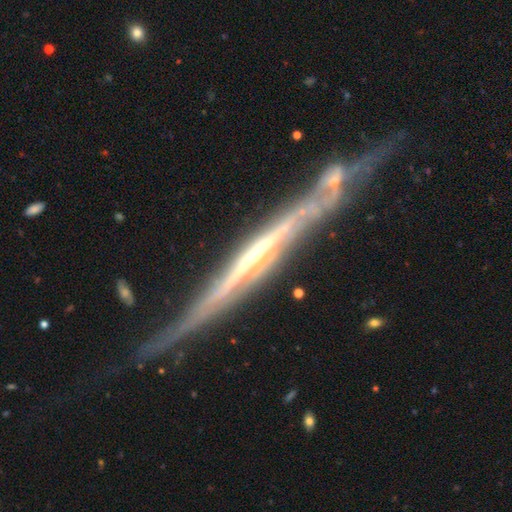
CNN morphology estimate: type=featured or disk (85%); edge-on=yes (93%); edge-on bulge=rounded (48%); merging=none (60%).